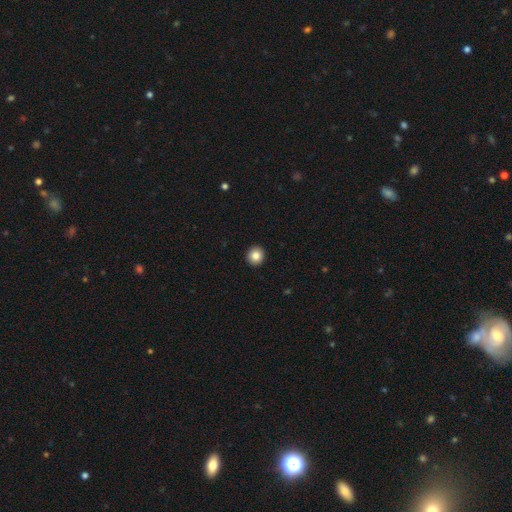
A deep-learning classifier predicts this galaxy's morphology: Smooth or featured: smooth — 84% (star or artifact — 9%)
How rounded: round — 92% (in between — 7%)
Merging: none — 94% (minor disturbance — 4%)